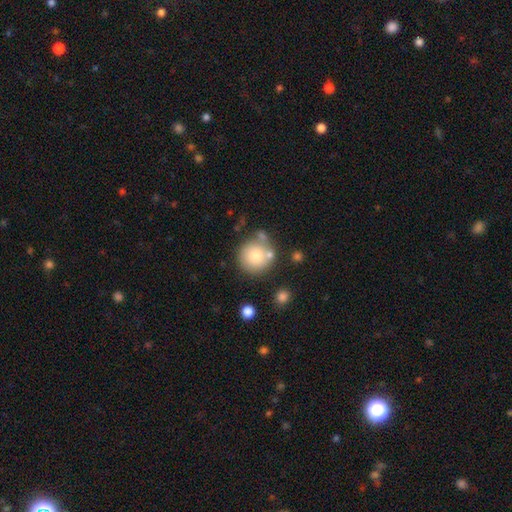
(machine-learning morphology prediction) Q: Smooth or featured?
A: smooth (77%); runner-up: featured or disk (14%)
Q: How rounded?
A: round (94%); runner-up: in between (5%)
Q: Merging?
A: none (68%); runner-up: merger (14%)